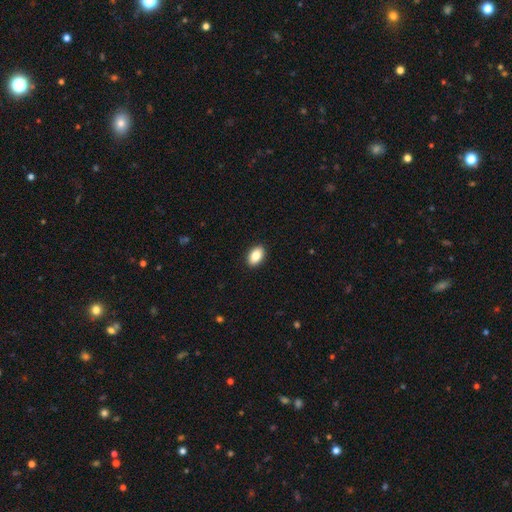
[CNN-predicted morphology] This appears to be a smooth galaxy with no disk features (85%) that is in between round and cigar-shaped (90%). Merging: none (91%).